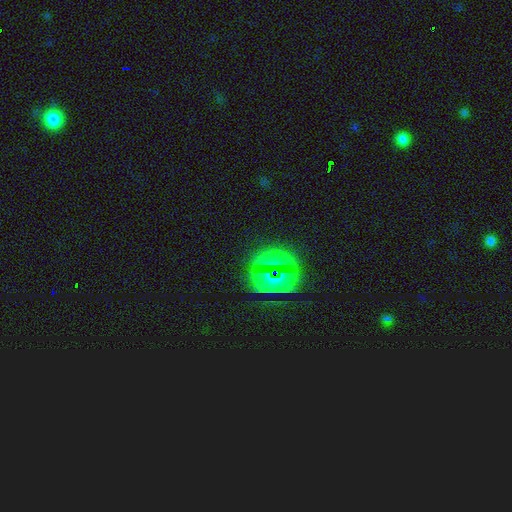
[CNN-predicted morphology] This appears to be a star or artifact, not a galaxy (75%).